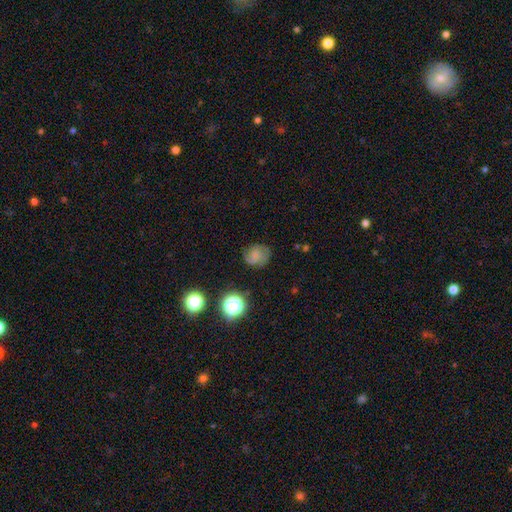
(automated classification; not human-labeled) smooth 54%, featured or disk 31%, star or artifact 15%. Down the decision tree: how rounded — round (72%); merging — none (66%).